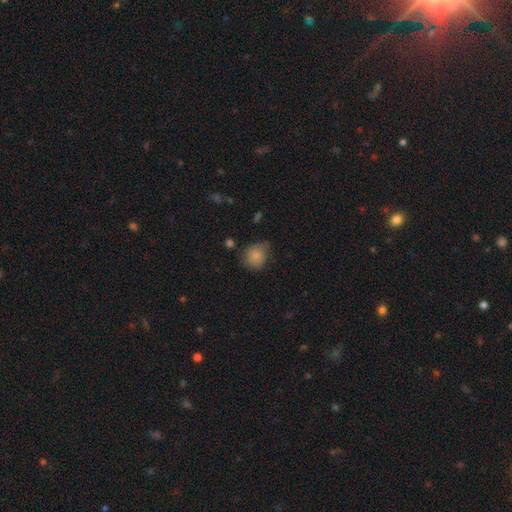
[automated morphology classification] The model was most divided on "merging": none: 65%, minor disturbance: 27%, major disturbance: 6%, merger: 2%. More confident: smooth or featured — smooth (83%); how rounded — round (73%).